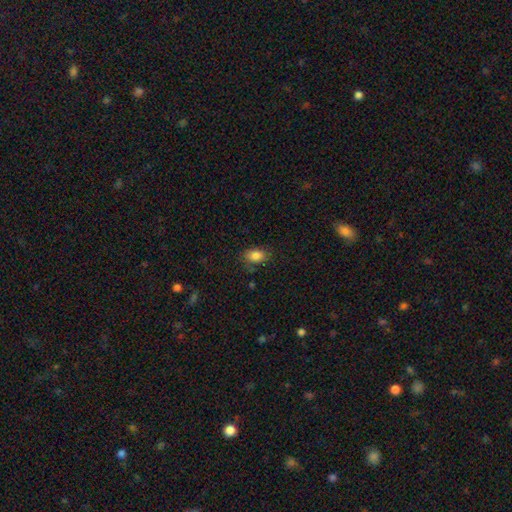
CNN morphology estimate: A smooth galaxy with no disk features (84%) that is in between round and cigar-shaped (84%).

Vote fractions:
- Smooth or featured? smooth: 84% / star or artifact: 9% / featured or disk: 7%
- How rounded? in between: 84% / round: 15% / cigar-shaped: 2%
- Merging? none: 78% / minor disturbance: 16% / major disturbance: 4% / merger: 2%